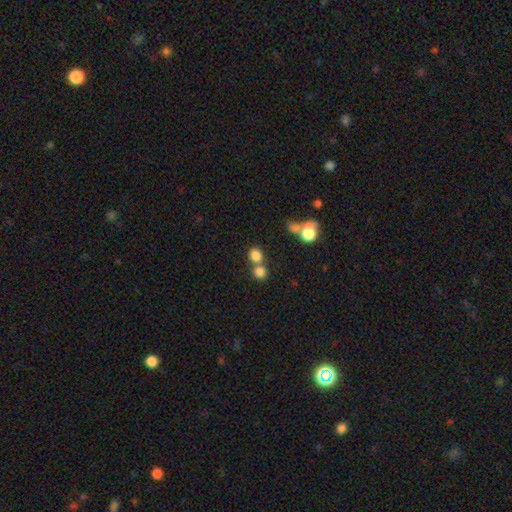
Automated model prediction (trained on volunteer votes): The model was most divided on "merging": none: 48%, merger: 40%, minor disturbance: 7%, major disturbance: 4%. More confident: smooth or featured — smooth (79%); how rounded — round (73%).